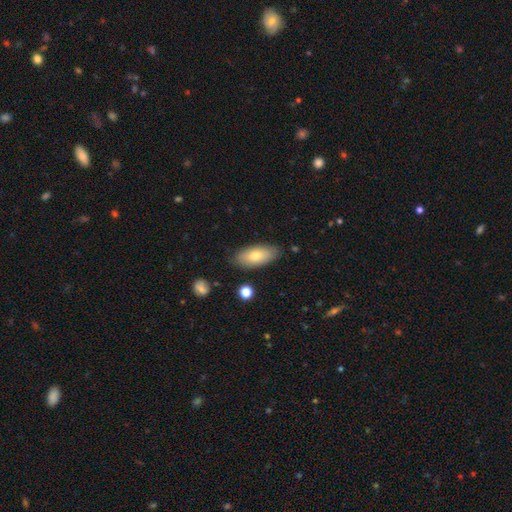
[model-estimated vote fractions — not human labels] A smooth galaxy with no disk features (75%) that is in between round and cigar-shaped (88%). Merging: none (81%).